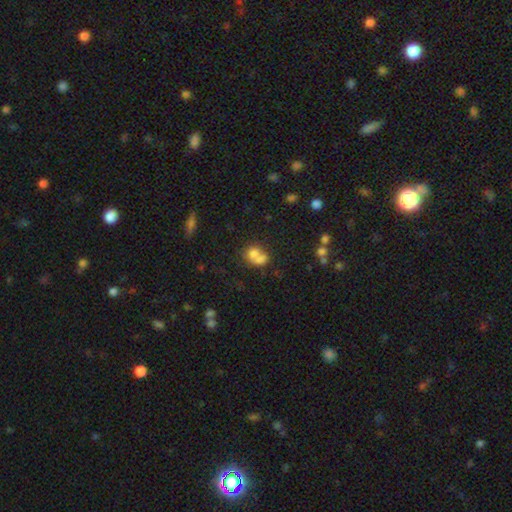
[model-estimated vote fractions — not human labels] smooth_or_featured: smooth (p=0.70) [alt: featured or disk p=0.18]
how_rounded: round (p=0.56) [alt: in between p=0.43]
merging: merger (p=0.61) [alt: none p=0.24]